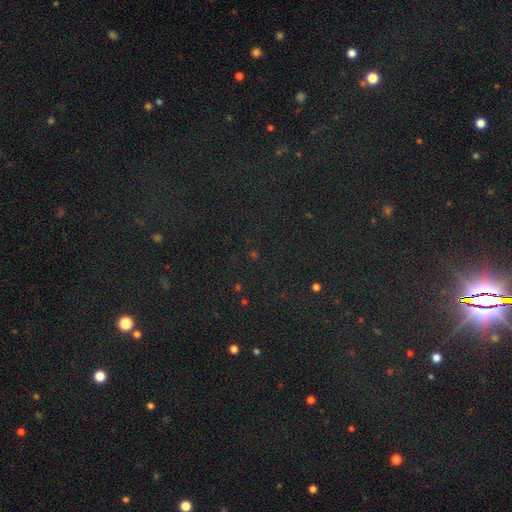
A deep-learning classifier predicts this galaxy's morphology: star or artifact 81%, smooth 12%, featured or disk 7%.